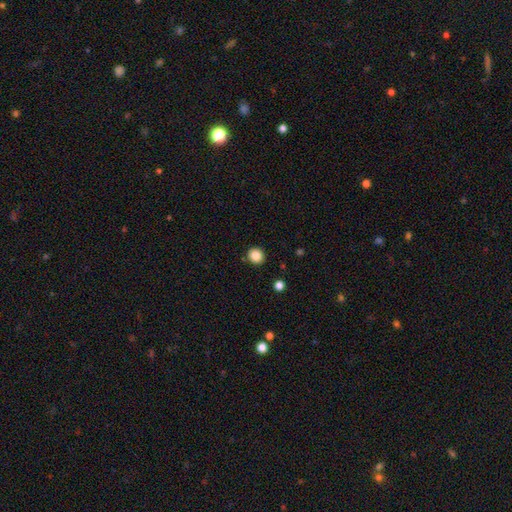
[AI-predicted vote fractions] smooth 85%, star or artifact 10%, featured or disk 5%. Down the decision tree: how rounded — round (90%); merging — none (90%).